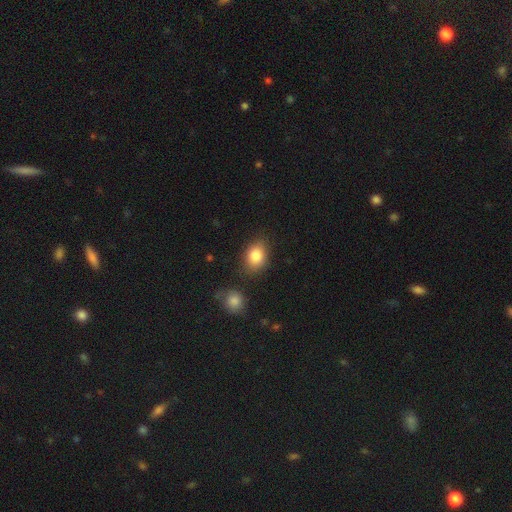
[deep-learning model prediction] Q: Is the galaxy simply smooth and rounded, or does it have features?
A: smooth — 85%.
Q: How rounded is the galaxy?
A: in between — 67%.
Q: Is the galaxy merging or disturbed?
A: none — 76%.